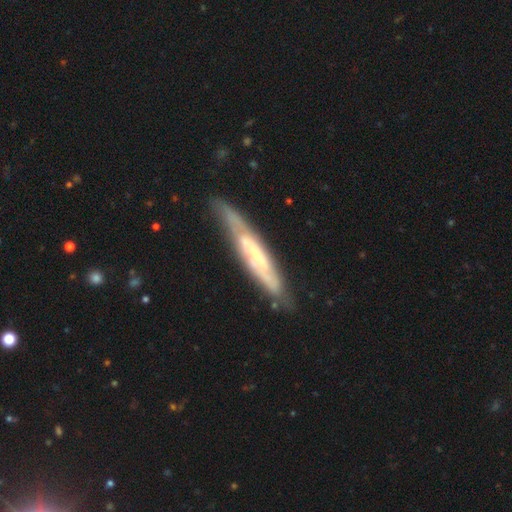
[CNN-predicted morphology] This is likely a featured or disk galaxy (65%). It is likely viewed edge-on (62%). Merging: likely none (70%).